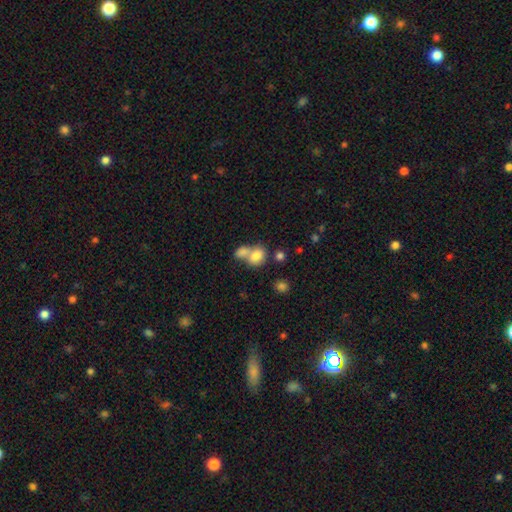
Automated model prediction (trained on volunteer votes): smooth_or_featured: smooth (p=0.79) [alt: featured or disk p=0.11]
how_rounded: in between (p=0.61) [alt: round p=0.37]
merging: merger (p=0.60) [alt: none p=0.28]